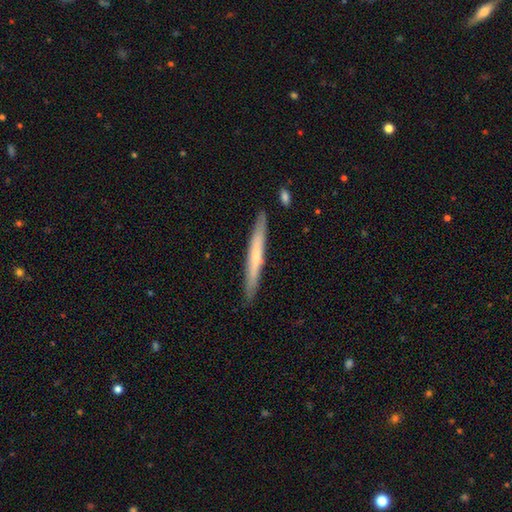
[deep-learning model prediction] The model was most divided on "smooth or featured": smooth: 50%, featured or disk: 44%, star or artifact: 5%. More confident: how rounded — cigar-shaped (97%); merging — none (89%).